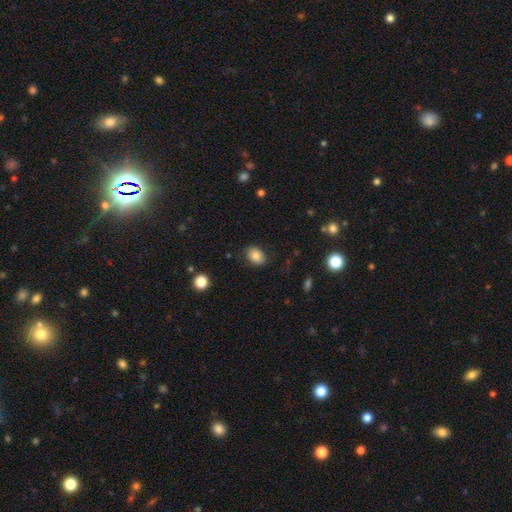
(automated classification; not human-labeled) smooth 82%, star or artifact 10%, featured or disk 9%. Down the decision tree: how rounded — in between (75%); merging — none (82%).